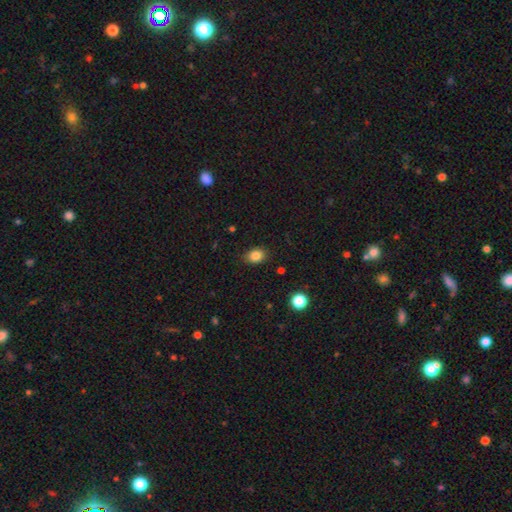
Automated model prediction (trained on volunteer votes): smooth 84%, star or artifact 11%, featured or disk 5%. Down the decision tree: how rounded — in between (65%); merging — none (85%).